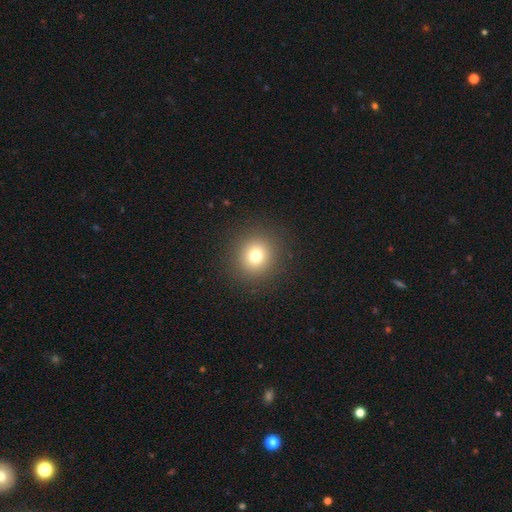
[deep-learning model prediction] This appears to be a smooth galaxy with no disk features (76%) that is round (92%). Merging: none (90%).